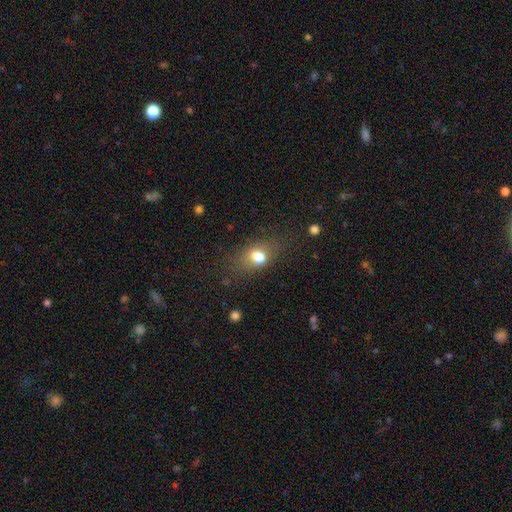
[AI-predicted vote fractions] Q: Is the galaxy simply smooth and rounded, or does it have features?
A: smooth — 69%.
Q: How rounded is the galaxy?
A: in between — 69%.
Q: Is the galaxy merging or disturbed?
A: none — 57%.